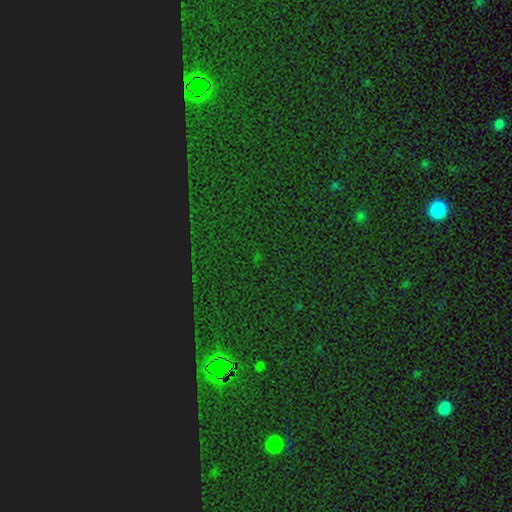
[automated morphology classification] This is clearly a star or artifact rather than a galaxy (84%).